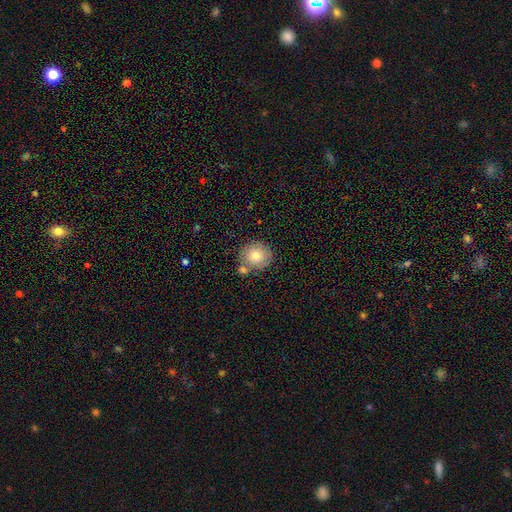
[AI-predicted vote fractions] smooth 76%, featured or disk 16%, star or artifact 8%. Down the decision tree: how rounded — round (85%); merging — none (66%).